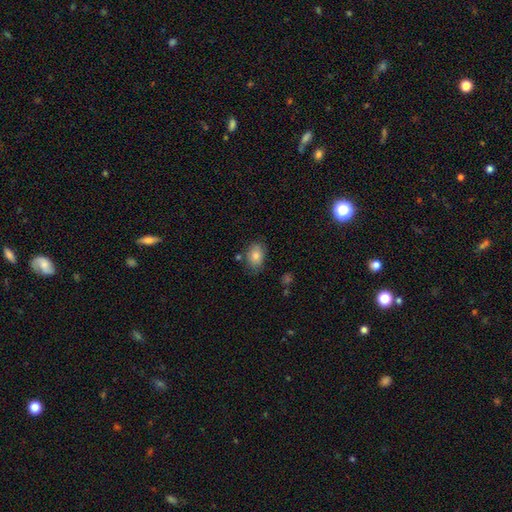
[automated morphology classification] smooth_or_featured: smooth (p=0.82) [alt: featured or disk p=0.10]
how_rounded: in between (p=0.77) [alt: round p=0.22]
merging: none (p=0.73) [alt: minor disturbance p=0.19]